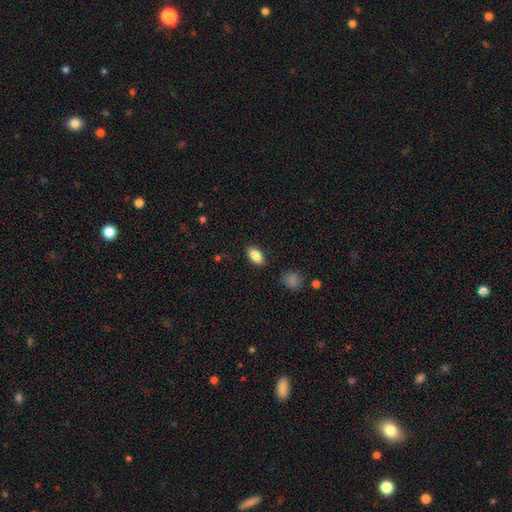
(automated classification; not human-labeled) The model was most divided on "merging": none: 85%, minor disturbance: 11%, major disturbance: 3%, merger: 2%. More confident: how rounded — in between (89%); smooth or featured — smooth (85%).